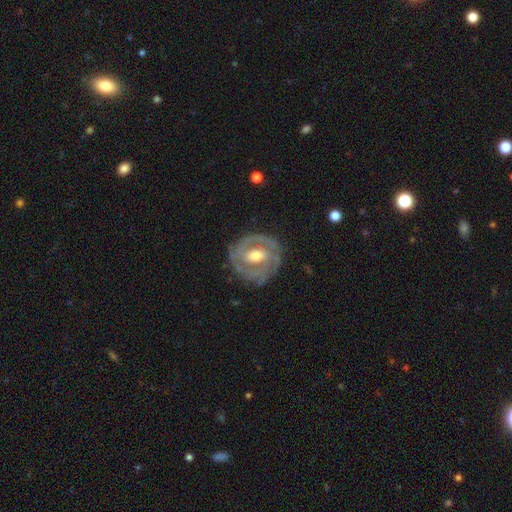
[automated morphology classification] Smooth or featured?
  - featured or disk: 83% *
  - smooth: 12%
  - star or artifact: 5%
Edge-on disk?
  - no: 97% *
  - yes: 3%
Bar?
  - weak: 45% *
  - no: 32%
  - strong: 23%
Spiral arms?
  - yes: 87% *
  - no: 13%
Spiral winding?
  - tight: 64% *
  - medium: 29%
  - loose: 8%
Spiral arm count?
  - 2: 46% *
  - can't tell: 23%
  - 3: 18%
  - 1: 5%
  - 4: 5%
  - more than 4: 4%
Bulge size?
  - moderate: 72% *
  - small: 20%
  - large: 6%
  - none: 1%
  - dominant: 1%
Merging?
  - none: 78% *
  - minor disturbance: 15%
  - major disturbance: 6%
  - merger: 1%